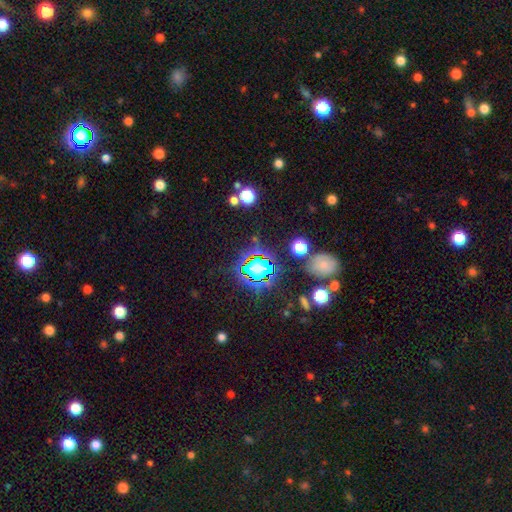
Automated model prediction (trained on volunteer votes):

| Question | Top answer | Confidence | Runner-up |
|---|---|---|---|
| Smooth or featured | star or artifact | 76% | smooth (15%) |